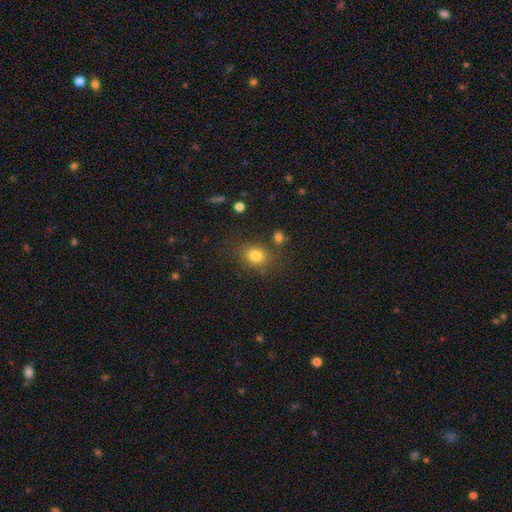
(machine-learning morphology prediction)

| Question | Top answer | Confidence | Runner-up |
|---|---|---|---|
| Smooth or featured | smooth | 79% | star or artifact (13%) |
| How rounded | round | 55% | in between (43%) |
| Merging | none | 75% | minor disturbance (14%) |